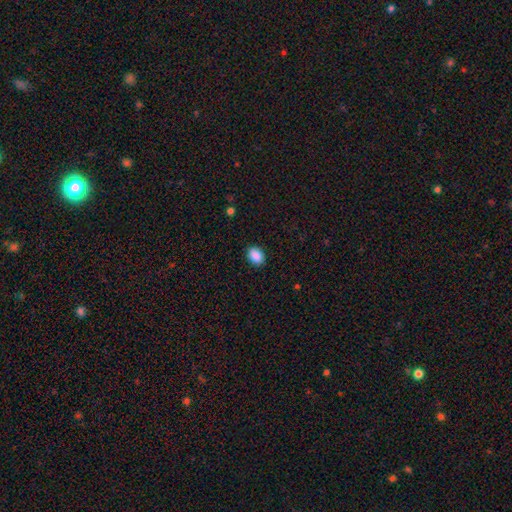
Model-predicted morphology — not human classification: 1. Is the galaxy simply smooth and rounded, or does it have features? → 89% smooth, 8% star or artifact, 3% featured or disk.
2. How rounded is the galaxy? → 80% in between, 19% round, 1% cigar-shaped.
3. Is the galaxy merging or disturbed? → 88% none, 9% minor disturbance, 2% major disturbance, 1% merger.